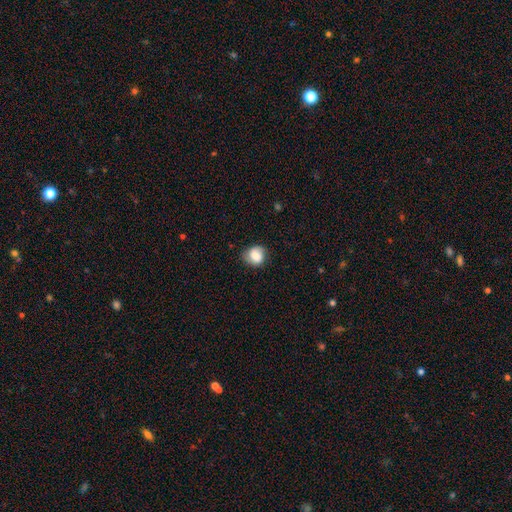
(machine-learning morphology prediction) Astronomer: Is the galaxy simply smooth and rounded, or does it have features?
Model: smooth — 75%.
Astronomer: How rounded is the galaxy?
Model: round — 72%.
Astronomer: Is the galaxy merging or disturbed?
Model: none — 68%.